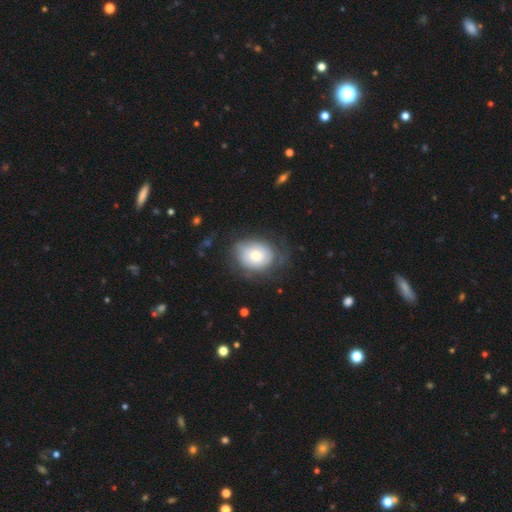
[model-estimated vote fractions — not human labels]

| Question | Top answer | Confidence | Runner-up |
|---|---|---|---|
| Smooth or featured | smooth | 53% | featured or disk (40%) |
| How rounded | in between | 55% | round (44%) |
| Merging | none | 59% | minor disturbance (25%) |